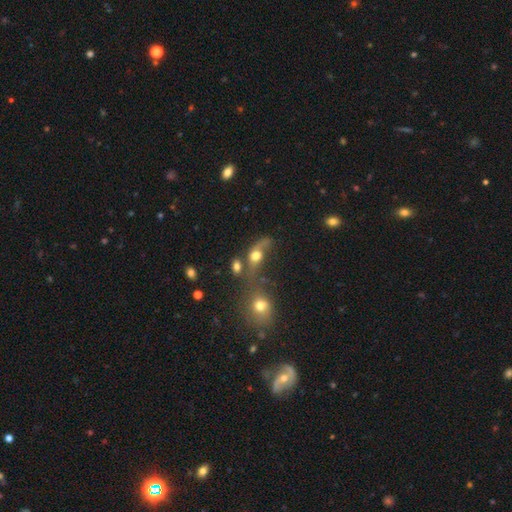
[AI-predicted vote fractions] Q: Smooth or featured?
A: smooth (57%); runner-up: featured or disk (29%)
Q: How rounded?
A: in between (64%); runner-up: round (28%)
Q: Merging?
A: merger (38%); runner-up: major disturbance (26%)